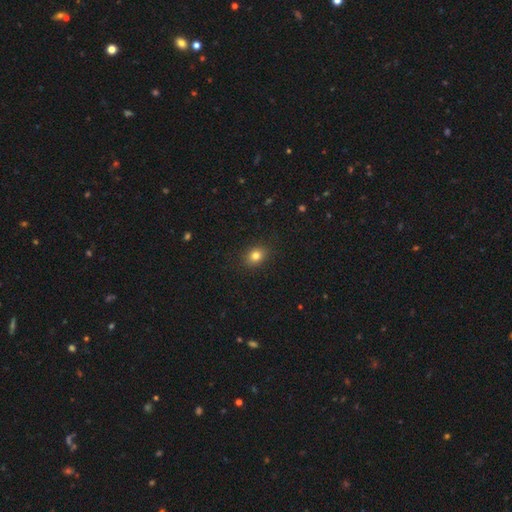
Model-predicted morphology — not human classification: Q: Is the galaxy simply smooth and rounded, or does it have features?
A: smooth — 80%.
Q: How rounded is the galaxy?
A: in between — 50%.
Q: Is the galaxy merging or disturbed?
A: none — 89%.